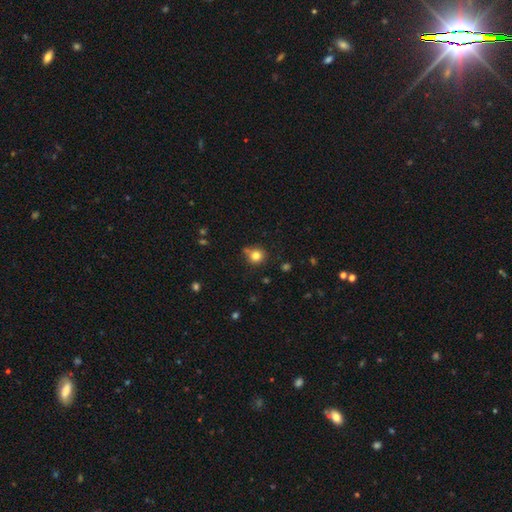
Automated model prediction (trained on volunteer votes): A smooth galaxy with no disk features (80%) that is round (90%).

Vote fractions:
- Smooth or featured? smooth: 80% / star or artifact: 12% / featured or disk: 7%
- How rounded? round: 90% / in between: 9% / cigar-shaped: 1%
- Merging? none: 73% / minor disturbance: 15% / merger: 9% / major disturbance: 4%